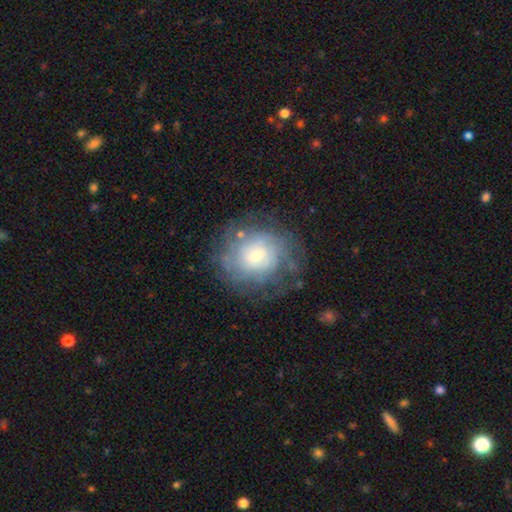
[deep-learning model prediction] smooth-or-featured: featured or disk: 64% | smooth: 27% | star or artifact: 9%
  disk-edge-on: no: 97% | yes: 3%
    bar: no: 68% | weak: 27% | strong: 4%
    has-spiral-arms: yes: 80% | no: 20%
    bulge-size: small: 44% | moderate: 41% | large: 11% | none: 3% | dominant: 2%
  merging: none: 69% | minor disturbance: 17% | major disturbance: 12% | merger: 2%